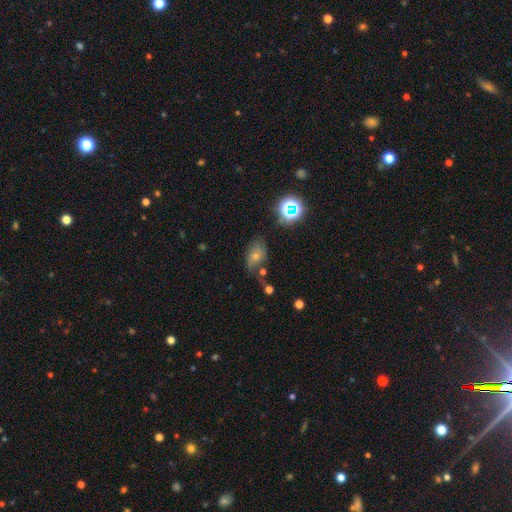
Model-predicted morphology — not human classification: Smooth or featured? smooth (50%)
Merging? none (46%)